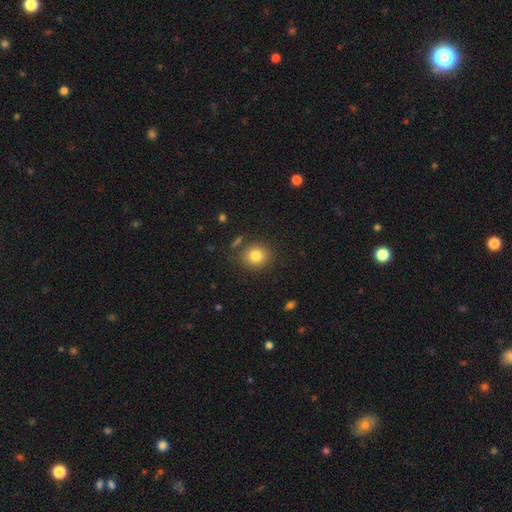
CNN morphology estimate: A smooth galaxy with no disk features (81%) that is round (78%). Merging: none (83%).